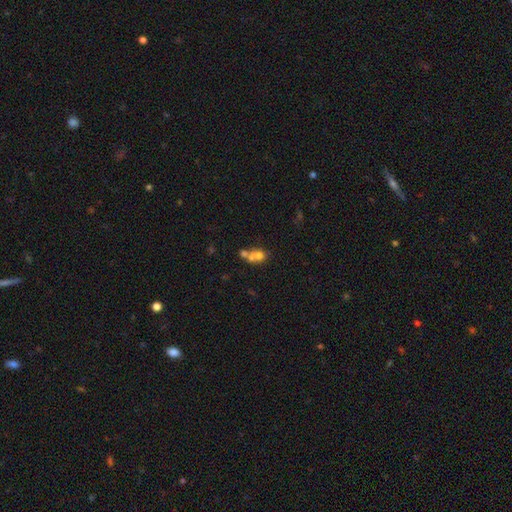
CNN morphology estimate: This is likely a smooth galaxy (61%). How rounded: likely round (67%). Merging: likely merger (61%).